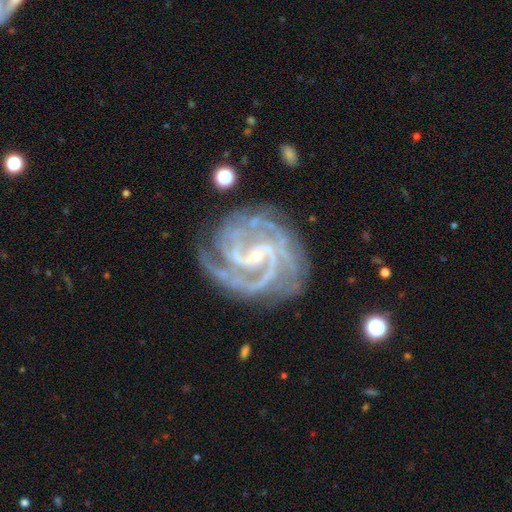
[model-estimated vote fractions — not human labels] Smooth or featured: featured or disk — 93% (star or artifact — 5%)
Edge-on disk: no — 98% (yes — 2%)
Bar: no — 40% (weak — 37%)
Spiral arms: yes — 99% (no — 1%)
Spiral winding: tight — 58% (medium — 38%)
Spiral arm count: 3 — 33% (2 — 26%)
Bulge size: small — 84% (moderate — 12%)
Merging: none — 74% (minor disturbance — 17%)